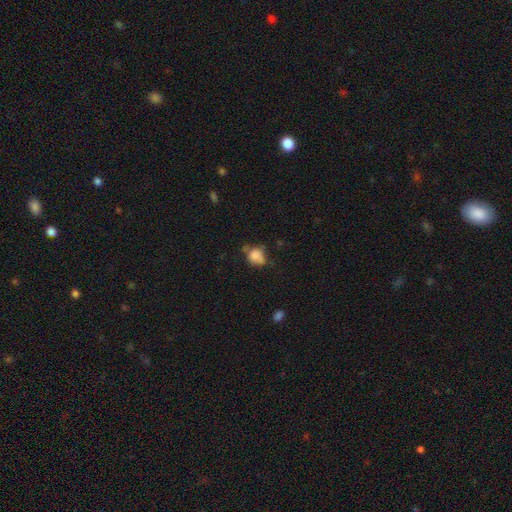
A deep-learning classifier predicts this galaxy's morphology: smooth_or_featured: smooth (p=0.76) [alt: featured or disk p=0.13]
how_rounded: round (p=0.58) [alt: in between p=0.40]
merging: none (p=0.42) [alt: minor disturbance p=0.34]